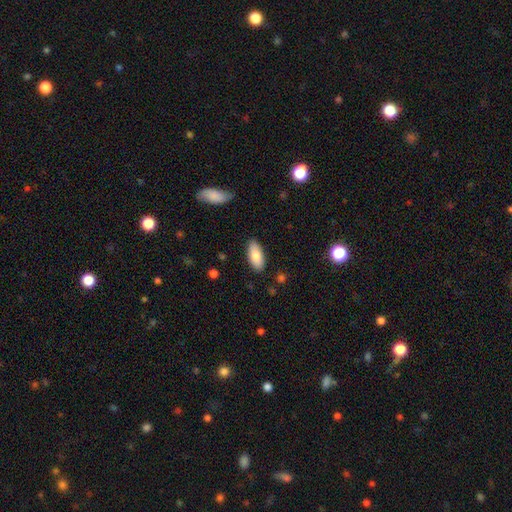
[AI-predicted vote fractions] Smooth or featured: smooth — 82% (featured or disk — 12%)
How rounded: in between — 88% (cigar-shaped — 10%)
Merging: none — 87% (minor disturbance — 10%)